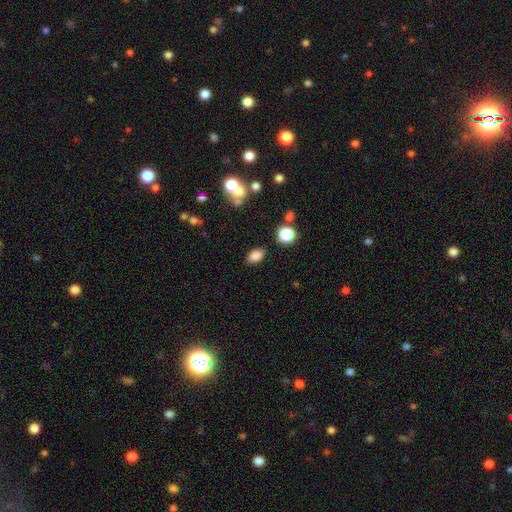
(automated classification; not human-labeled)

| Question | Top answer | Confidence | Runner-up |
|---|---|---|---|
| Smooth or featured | smooth | 83% | star or artifact (12%) |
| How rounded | in between | 84% | round (15%) |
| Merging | none | 83% | minor disturbance (11%) |